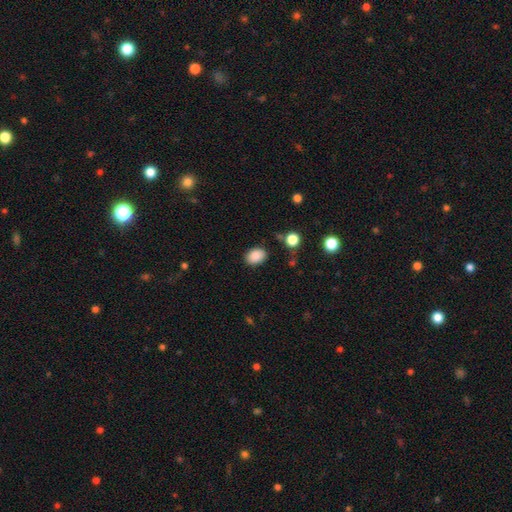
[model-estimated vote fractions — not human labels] Q: Smooth or featured?
A: smooth (87%); runner-up: star or artifact (9%)
Q: How rounded?
A: in between (76%); runner-up: round (23%)
Q: Merging?
A: none (83%); runner-up: minor disturbance (12%)